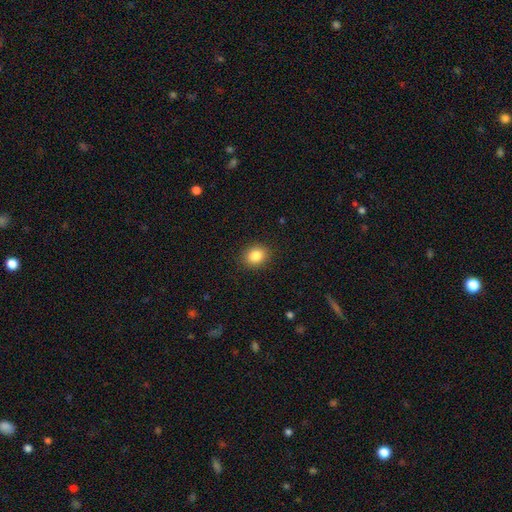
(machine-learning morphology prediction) Overall: smooth (85%). How rounded: round (57%; in between 42%). Merging: none (89%).